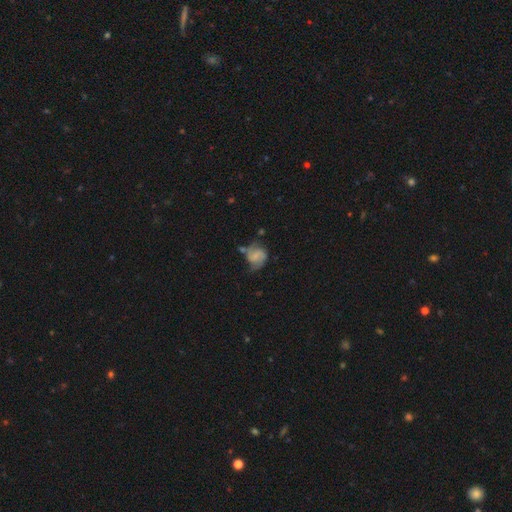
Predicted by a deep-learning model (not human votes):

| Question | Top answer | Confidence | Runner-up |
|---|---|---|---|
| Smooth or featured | featured or disk | 62% | smooth (30%) |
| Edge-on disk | no | 98% | yes (2%) |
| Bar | no | 52% | weak (38%) |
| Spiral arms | yes | 90% | no (10%) |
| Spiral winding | medium | 47% | tight (30%) |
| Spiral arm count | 2 | 78% | can't tell (10%) |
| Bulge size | small | 45% | none (33%) |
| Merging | none | 49% | minor disturbance (26%) |